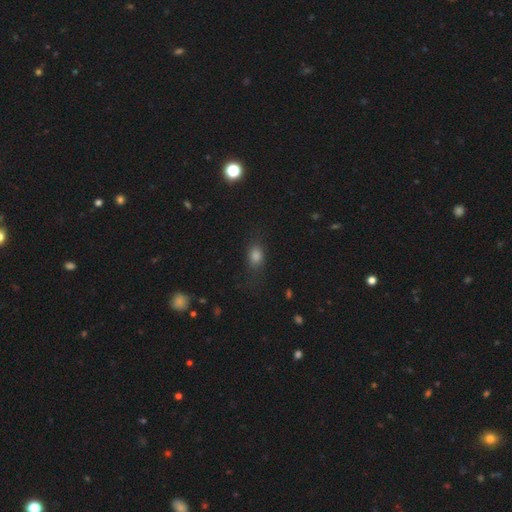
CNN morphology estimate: A smooth galaxy with no disk features (75%) that is in between round and cigar-shaped (64%).

Vote fractions:
- Smooth or featured? smooth: 75% / star or artifact: 16% / featured or disk: 9%
- How rounded? in between: 64% / round: 30% / cigar-shaped: 5%
- Merging? none: 75% / minor disturbance: 17% / major disturbance: 7% / merger: 2%